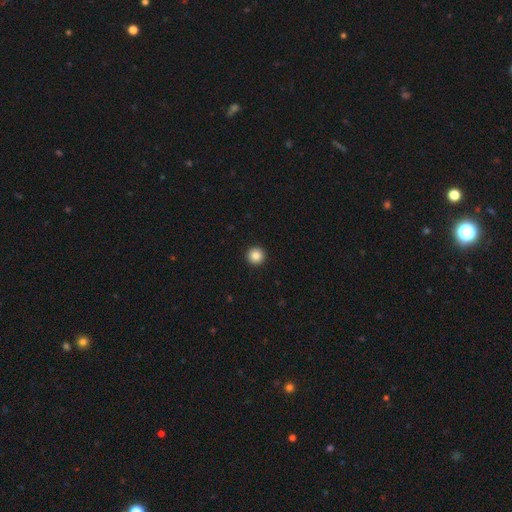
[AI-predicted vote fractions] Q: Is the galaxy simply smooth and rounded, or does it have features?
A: smooth — 86%.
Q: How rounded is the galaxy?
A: round — 97%.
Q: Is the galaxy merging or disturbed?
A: none — 94%.